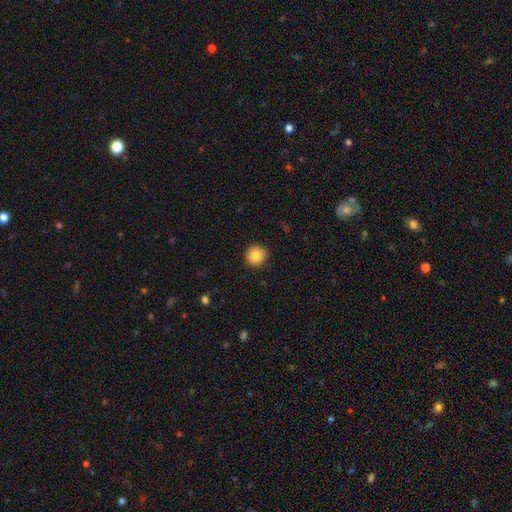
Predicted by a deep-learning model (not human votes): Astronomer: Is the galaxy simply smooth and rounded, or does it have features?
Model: smooth — 85%.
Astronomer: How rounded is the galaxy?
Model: round — 94%.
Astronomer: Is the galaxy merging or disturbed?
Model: none — 89%.